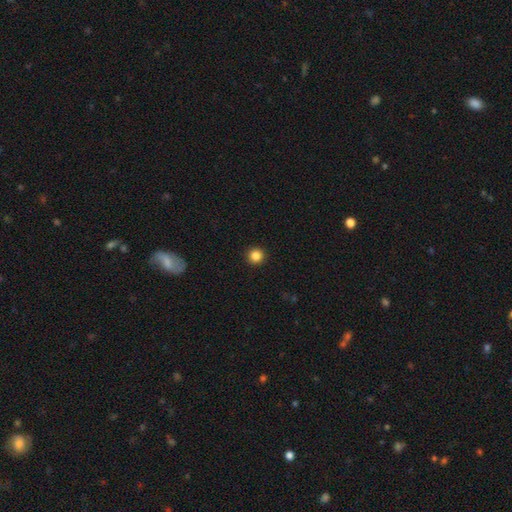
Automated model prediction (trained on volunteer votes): Smooth or featured: smooth — 86% (star or artifact — 11%)
How rounded: round — 96% (in between — 3%)
Merging: none — 94% (minor disturbance — 4%)